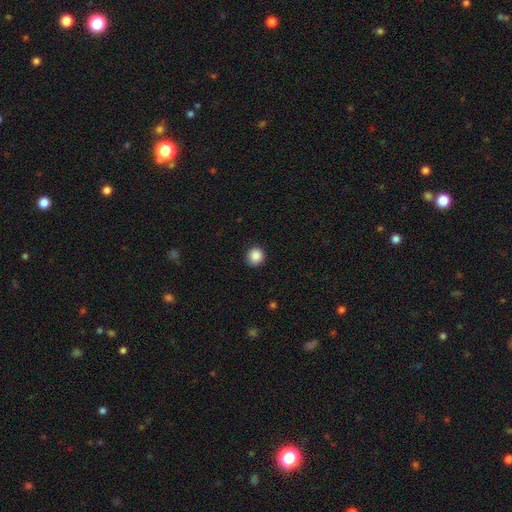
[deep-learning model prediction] smooth-or-featured: smooth: 88% | star or artifact: 9% | featured or disk: 3%
  how-rounded: round: 91% | in between: 8% | cigar-shaped: 1%
  merging: none: 91% | minor disturbance: 6% | major disturbance: 2% | merger: 1%